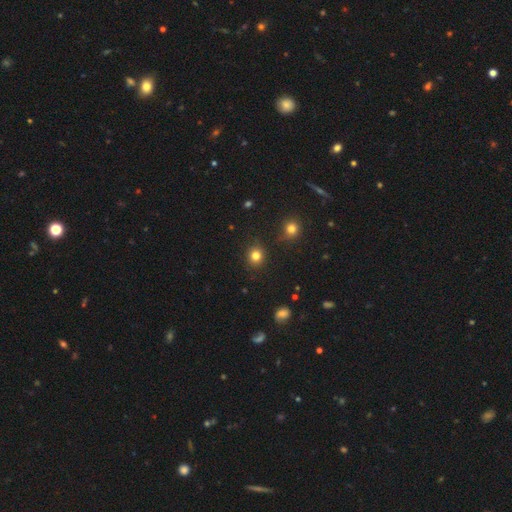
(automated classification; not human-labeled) Smooth or featured? Predicted: smooth (p=0.81). How rounded? Predicted: round (p=0.85). Merging? Predicted: none (p=0.88).